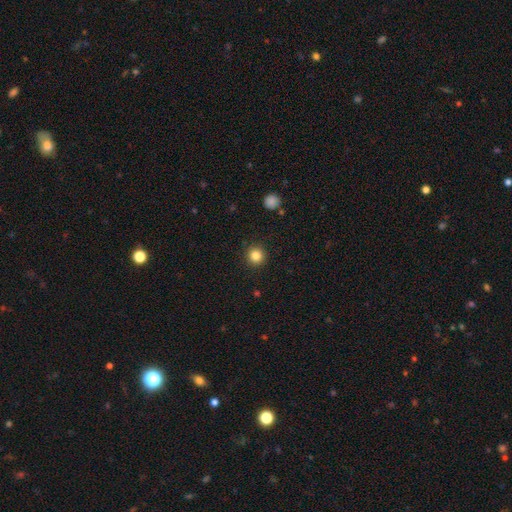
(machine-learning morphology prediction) The model was most divided on "smooth or featured": smooth: 84%, star or artifact: 11%, featured or disk: 5%. More confident: how rounded — round (95%); merging — none (92%).